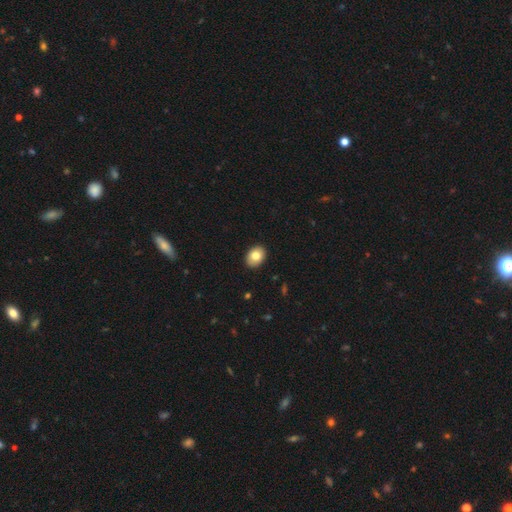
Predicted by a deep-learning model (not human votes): Smooth or featured? smooth (81%)
How rounded? in between (72%)
Merging? none (90%)